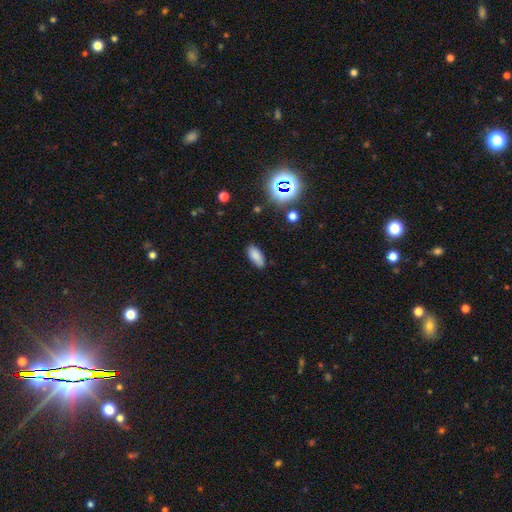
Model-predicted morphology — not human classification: smooth 82%, star or artifact 12%, featured or disk 6%. Down the decision tree: how rounded — in between (85%); merging — none (83%).